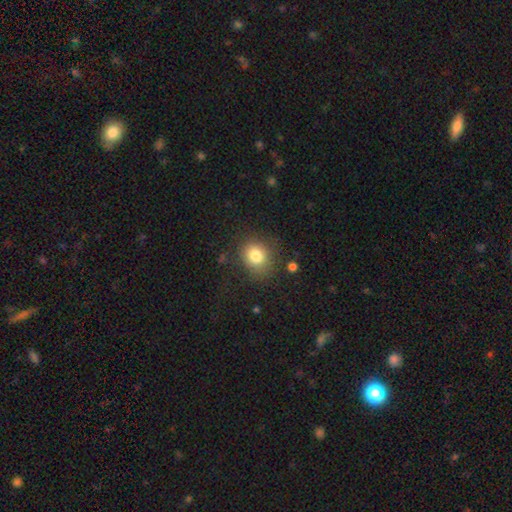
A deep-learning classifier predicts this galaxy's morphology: A smooth galaxy with no disk features (81%) that is round (68%).

Vote fractions:
- Smooth or featured? smooth: 81% / star or artifact: 11% / featured or disk: 8%
- How rounded? round: 68% / in between: 31% / cigar-shaped: 1%
- Merging? none: 77% / minor disturbance: 15% / major disturbance: 6% / merger: 2%